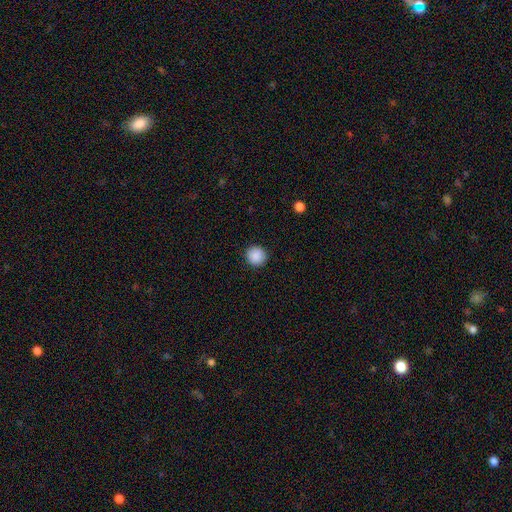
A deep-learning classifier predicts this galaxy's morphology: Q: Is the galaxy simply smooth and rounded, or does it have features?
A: smooth — 89%.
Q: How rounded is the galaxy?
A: round — 94%.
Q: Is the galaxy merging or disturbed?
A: none — 92%.